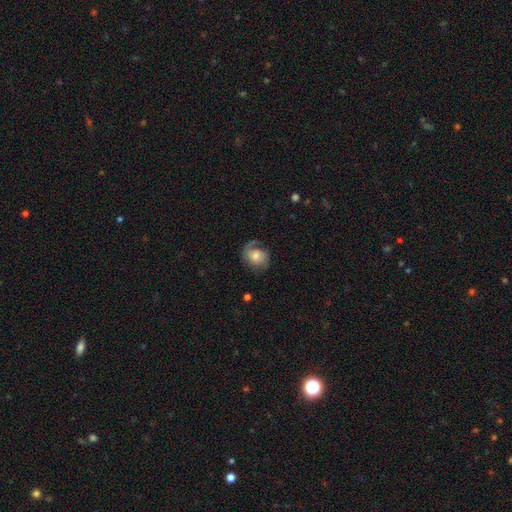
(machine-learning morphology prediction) smooth_or_featured: featured or disk (p=0.50) [alt: smooth p=0.42]
merging: none (p=0.58) [alt: minor disturbance p=0.22]